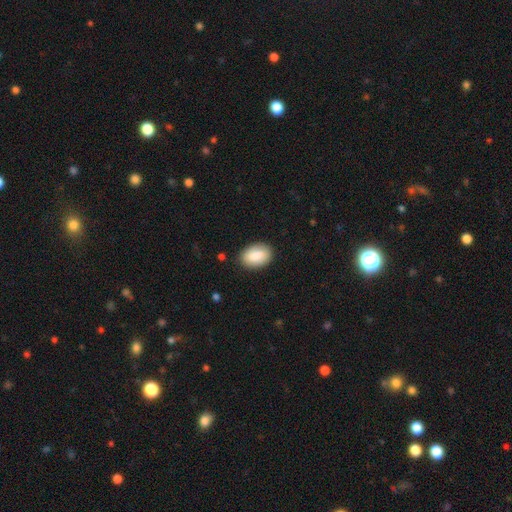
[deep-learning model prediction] smooth-or-featured: smooth: 87% | featured or disk: 7% | star or artifact: 6%
  how-rounded: in between: 89% | round: 10% | cigar-shaped: 1%
  merging: none: 85% | minor disturbance: 11% | major disturbance: 3% | merger: 1%